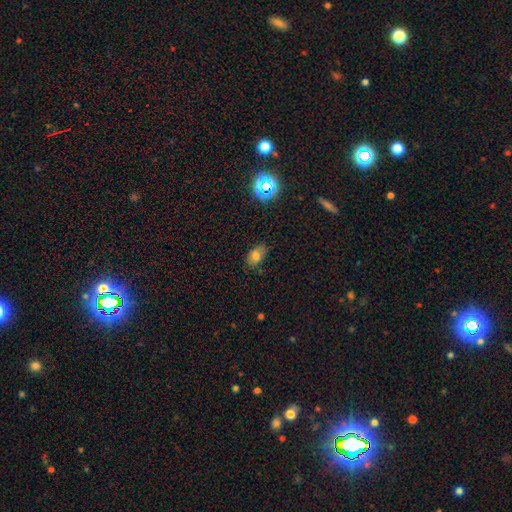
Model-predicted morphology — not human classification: smooth-or-featured: smooth: 72% | star or artifact: 16% | featured or disk: 12%
  how-rounded: in between: 87% | round: 11% | cigar-shaped: 2%
  merging: none: 75% | minor disturbance: 20% | major disturbance: 4% | merger: 2%